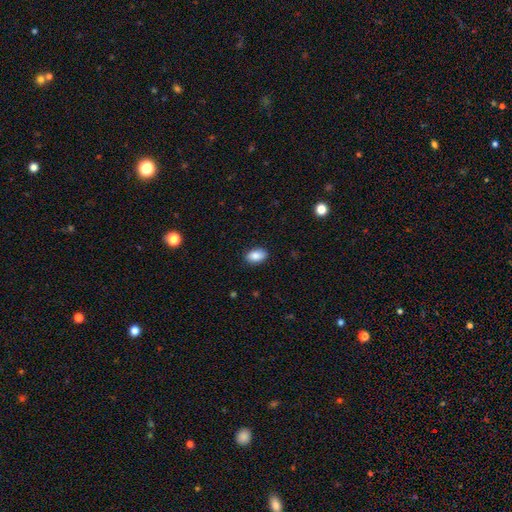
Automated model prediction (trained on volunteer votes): smooth_or_featured: smooth (p=0.88) [alt: star or artifact p=0.07]
how_rounded: in between (p=0.90) [alt: round p=0.09]
merging: none (p=0.88) [alt: minor disturbance p=0.09]